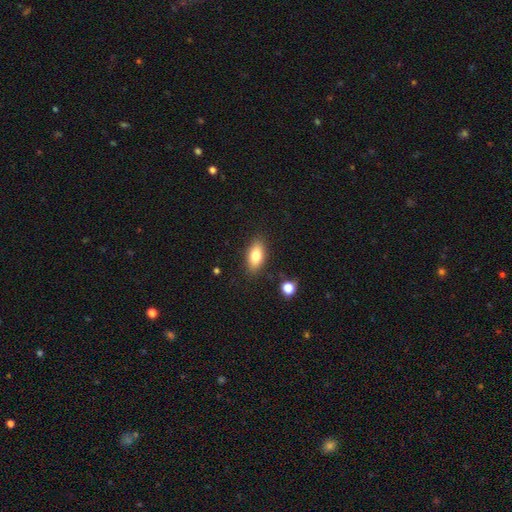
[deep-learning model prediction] This is likely a smooth galaxy (78%). How rounded: clearly in between (87%). Merging: clearly none (85%).